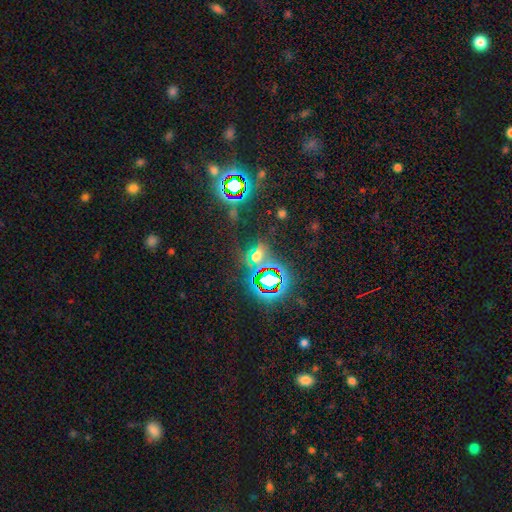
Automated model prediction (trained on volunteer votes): Overall: star or artifact (68%).